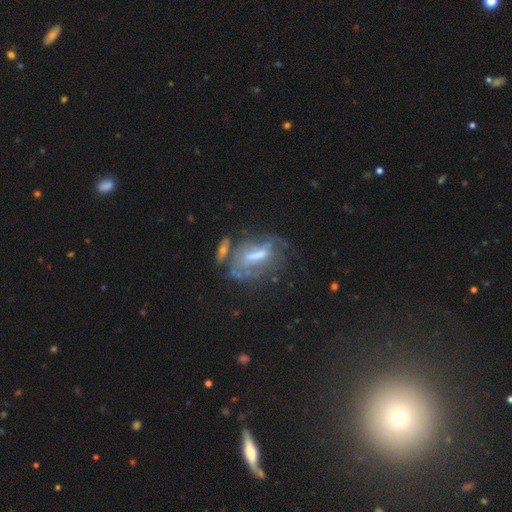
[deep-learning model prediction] Morphology: type=featured or disk (63%); edge-on=no (84%); bar=strong (37%); spiral arms=no (53%); bulge=moderate (39%); merging=none (40%).